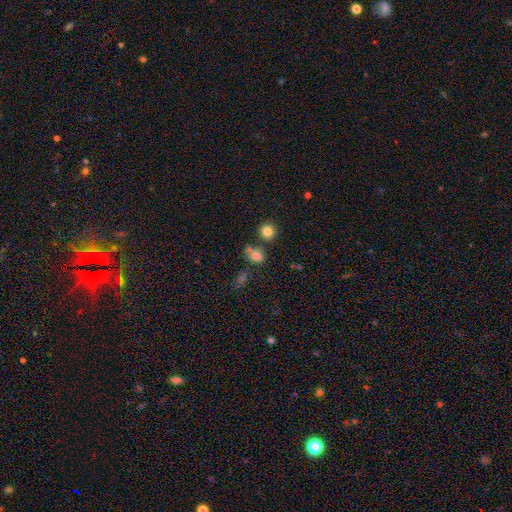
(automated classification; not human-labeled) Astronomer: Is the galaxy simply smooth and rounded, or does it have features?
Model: smooth — 77%.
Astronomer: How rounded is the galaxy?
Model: round — 56% (runner-up: in between, 42%).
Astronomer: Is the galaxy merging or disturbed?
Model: none — 56%.